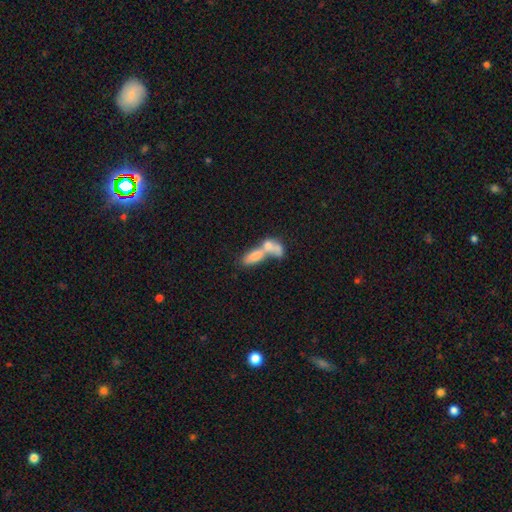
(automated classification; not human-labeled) smooth_or_featured: smooth (p=0.67) [alt: featured or disk p=0.24]
how_rounded: in between (p=0.75) [alt: cigar-shaped p=0.19]
merging: merger (p=0.75) [alt: none p=0.12]